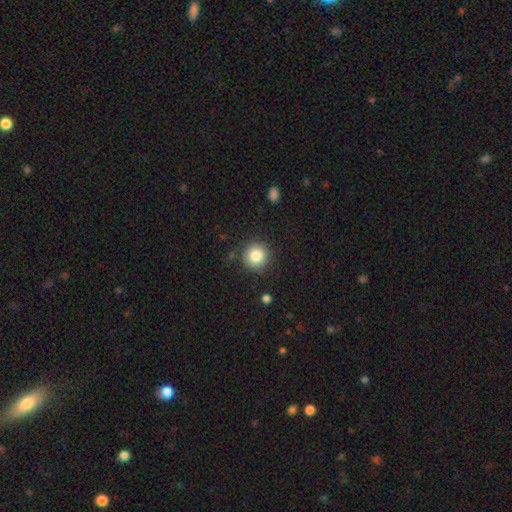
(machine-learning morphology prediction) Overall: smooth (83%). How rounded: round (93%). Merging: none (87%).